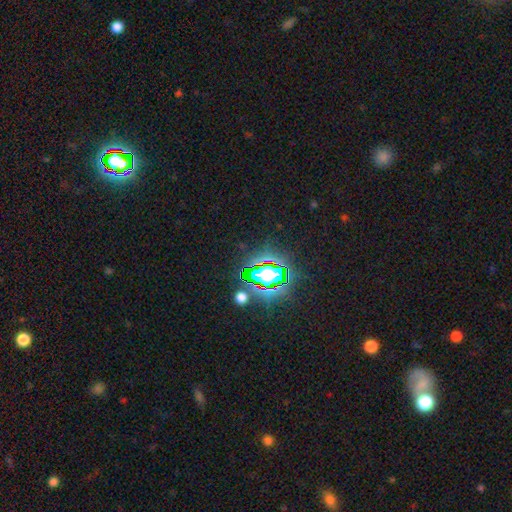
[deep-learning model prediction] Morphology: type=star or artifact (81%).